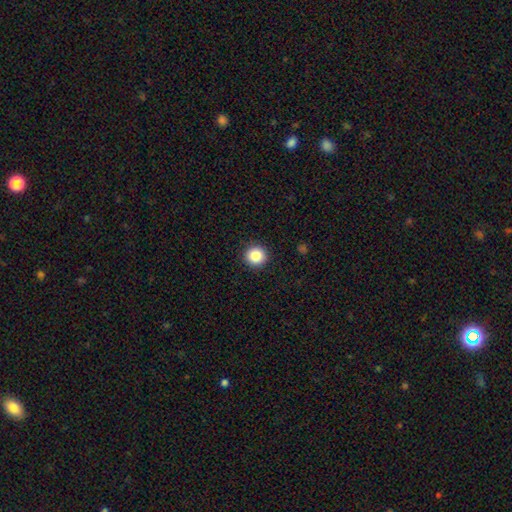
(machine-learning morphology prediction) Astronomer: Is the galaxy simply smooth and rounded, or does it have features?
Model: smooth — 86%.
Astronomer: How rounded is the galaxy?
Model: round — 95%.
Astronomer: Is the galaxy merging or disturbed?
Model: none — 93%.